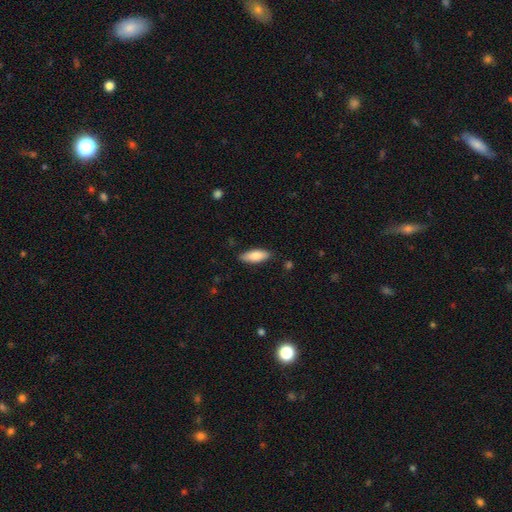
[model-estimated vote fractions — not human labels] Smooth or featured? smooth (82%)
How rounded? in between (71%)
Merging? none (85%)